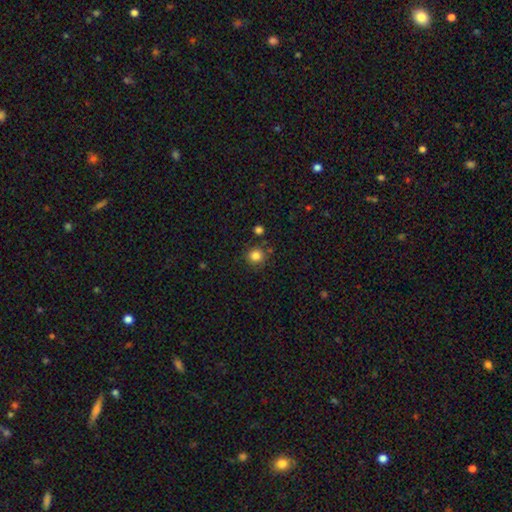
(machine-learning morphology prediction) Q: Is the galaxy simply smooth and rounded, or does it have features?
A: smooth — 83%.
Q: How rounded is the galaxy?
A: round — 92%.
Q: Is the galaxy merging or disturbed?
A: none — 83%.